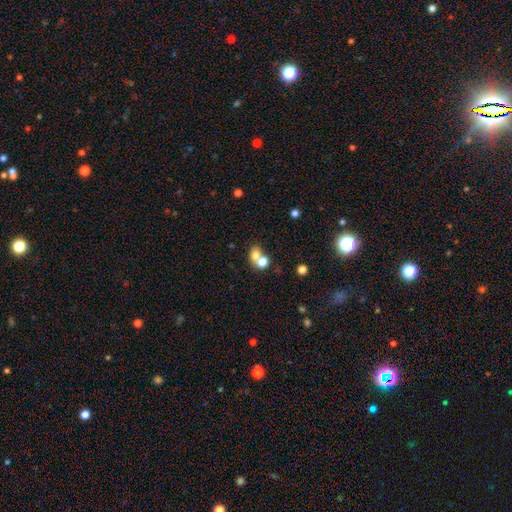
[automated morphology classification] type=smooth (72%); roundness=round (57%); merging=merger (54%).